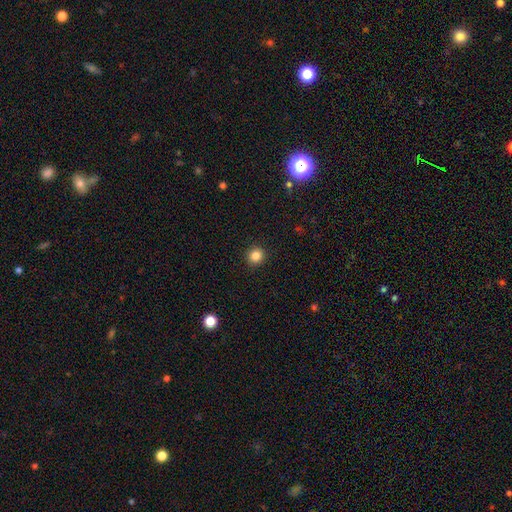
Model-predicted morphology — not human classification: smooth_or_featured: smooth (p=0.84) [alt: star or artifact p=0.11]
how_rounded: round (p=0.93) [alt: in between p=0.06]
merging: none (p=0.93) [alt: minor disturbance p=0.05]